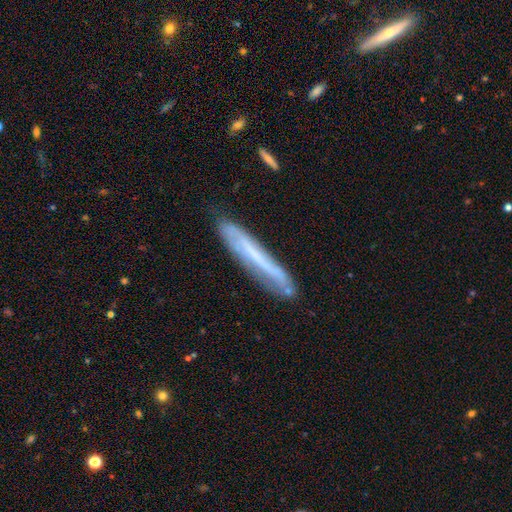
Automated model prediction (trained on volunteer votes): Q: Smooth or featured?
A: featured or disk (51%); runner-up: smooth (41%)
Q: Edge-on disk?
A: yes (73%); runner-up: no (27%)
Q: Merging?
A: none (75%); runner-up: minor disturbance (18%)